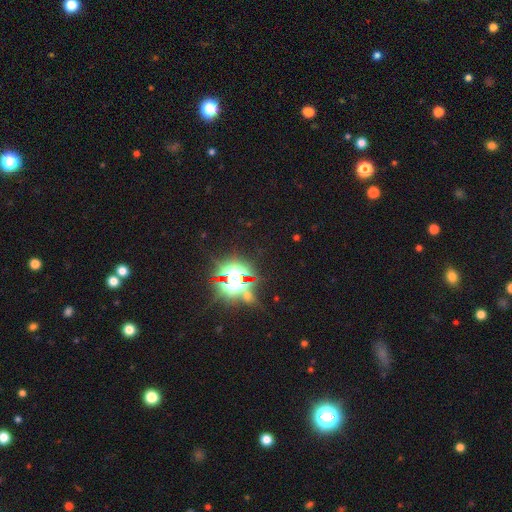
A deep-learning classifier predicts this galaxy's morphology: A star or artifact, not a galaxy (84%).